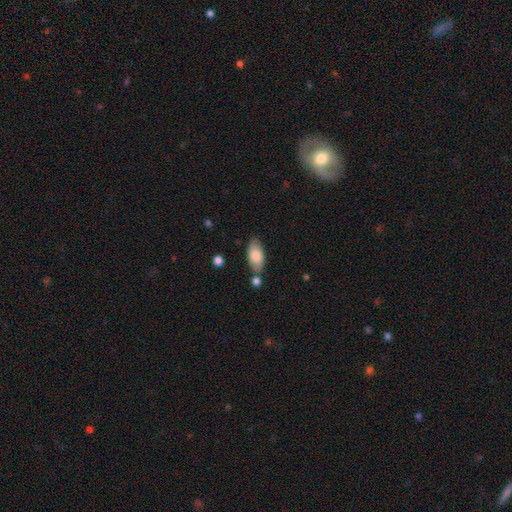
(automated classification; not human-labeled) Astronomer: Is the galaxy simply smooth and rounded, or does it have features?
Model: smooth — 80%.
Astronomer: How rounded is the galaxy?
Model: in between — 90%.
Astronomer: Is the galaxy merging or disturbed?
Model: none — 71%.